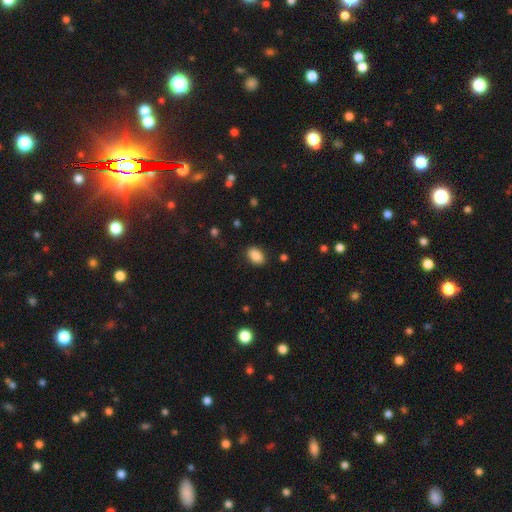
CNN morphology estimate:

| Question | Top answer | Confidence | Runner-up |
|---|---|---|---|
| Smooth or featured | smooth | 88% | star or artifact (9%) |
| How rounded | in between | 87% | round (12%) |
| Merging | none | 87% | minor disturbance (9%) |